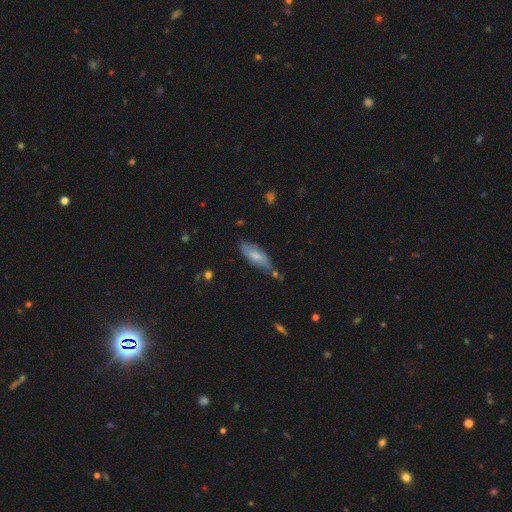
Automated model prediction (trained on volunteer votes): smooth_or_featured: smooth (p=0.57) [alt: featured or disk p=0.37]
how_rounded: in between (p=0.69) [alt: cigar-shaped p=0.29]
merging: none (p=0.55) [alt: minor disturbance p=0.32]